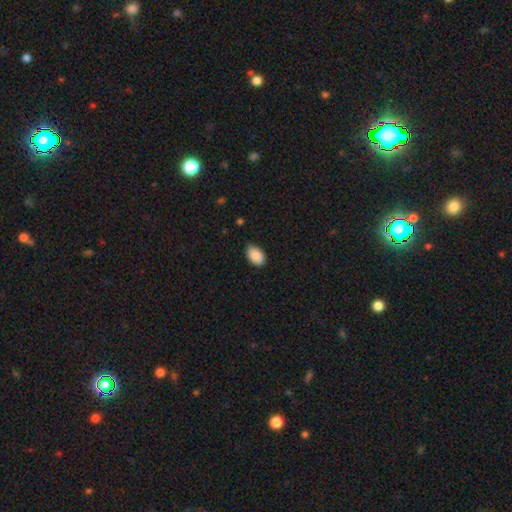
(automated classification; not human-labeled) smooth_or_featured: smooth (p=0.87) [alt: star or artifact p=0.07]
how_rounded: in between (p=0.90) [alt: round p=0.09]
merging: none (p=0.82) [alt: minor disturbance p=0.15]